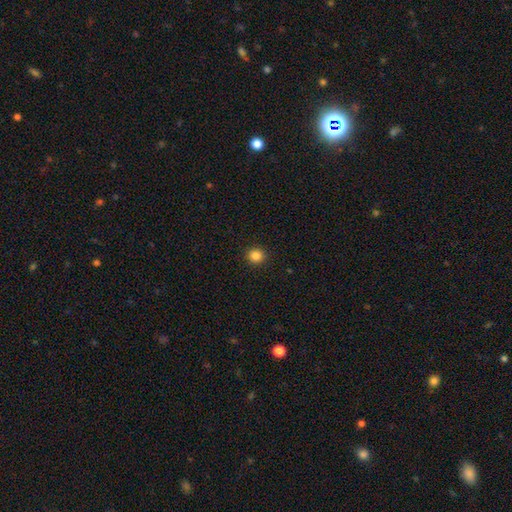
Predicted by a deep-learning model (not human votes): This is clearly a smooth galaxy (85%). How rounded: clearly round (89%). Merging: clearly none (92%).